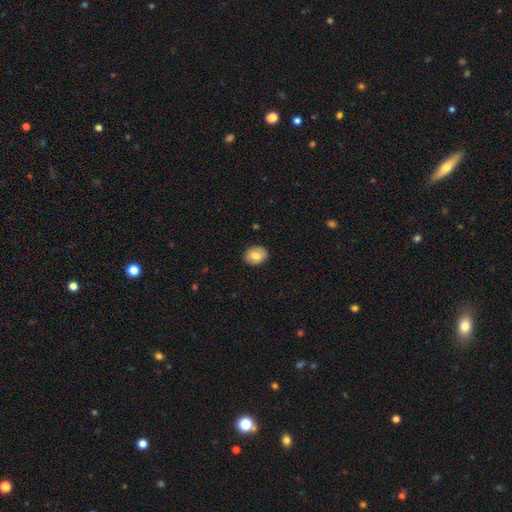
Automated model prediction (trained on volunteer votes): The model was most divided on "how rounded": in between: 56%, round: 43%, cigar-shaped: 1%. More confident: merging — none (89%); smooth or featured — smooth (77%).